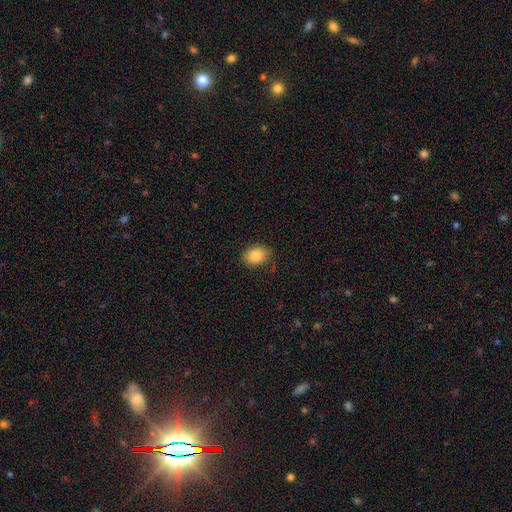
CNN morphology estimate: Overall: smooth (84%). How rounded: in between (68%; round 31%). Merging: none (81%).